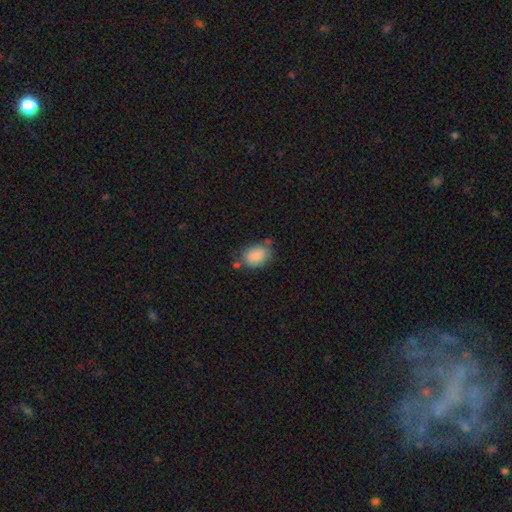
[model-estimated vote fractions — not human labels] A smooth galaxy with no disk features (87%) that is in between round and cigar-shaped (81%). Merging: none (63%).